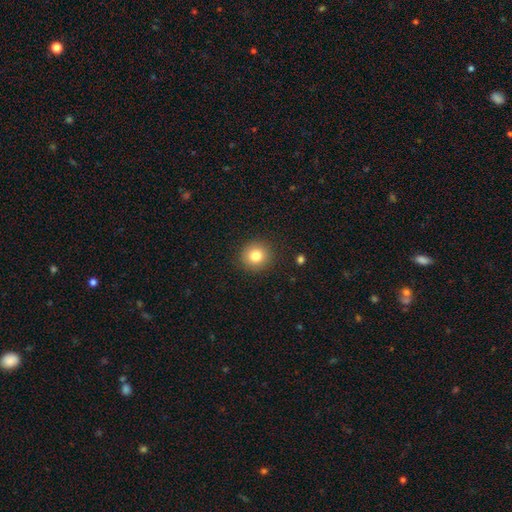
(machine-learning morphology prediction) A smooth galaxy with no disk features (81%) that is round (91%). Merging: none (90%).